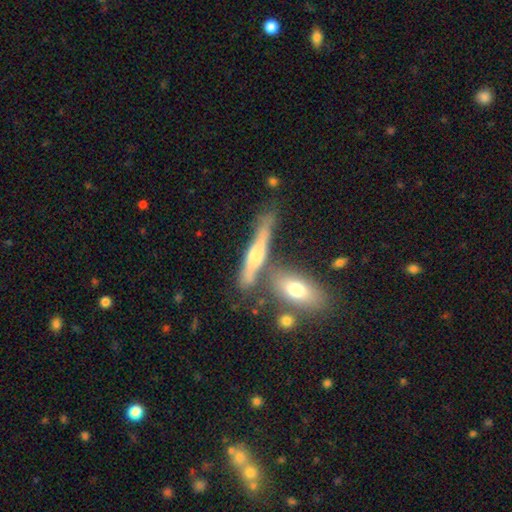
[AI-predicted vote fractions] A featured or disk galaxy (52%) viewed edge-on (86%).

Vote fractions:
- Smooth or featured? featured or disk: 52% / smooth: 39% / star or artifact: 8%
- Edge-on disk? yes: 86% / no: 14%
- Merging? none: 55% / merger: 23% / minor disturbance: 16% / major disturbance: 6%